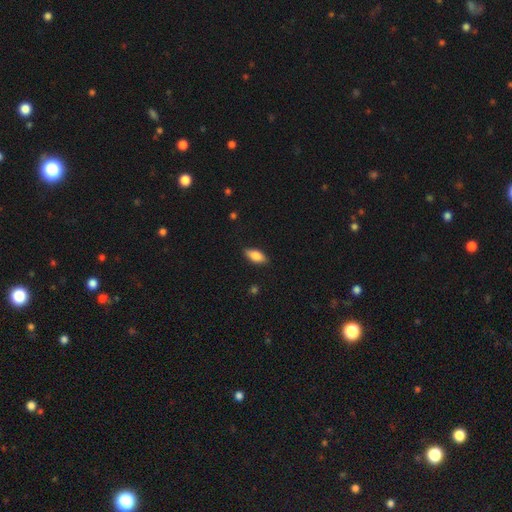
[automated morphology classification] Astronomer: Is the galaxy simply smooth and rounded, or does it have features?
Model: smooth — 79%.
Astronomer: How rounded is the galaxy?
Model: in between — 85%.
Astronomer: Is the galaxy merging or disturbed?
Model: none — 87%.